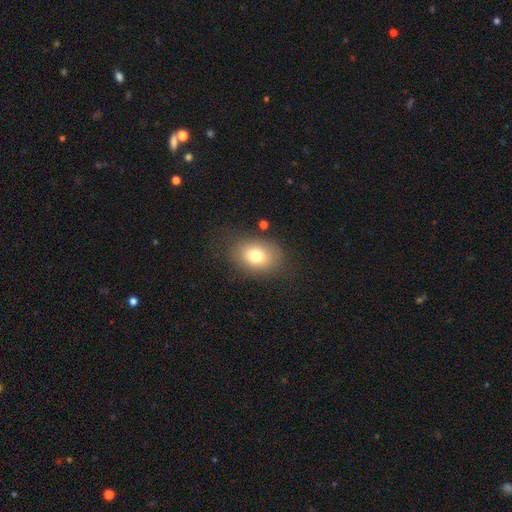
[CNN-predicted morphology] smooth_or_featured: smooth (p=0.76) [alt: featured or disk p=0.13]
how_rounded: in between (p=0.67) [alt: round p=0.32]
merging: none (p=0.78) [alt: minor disturbance p=0.13]